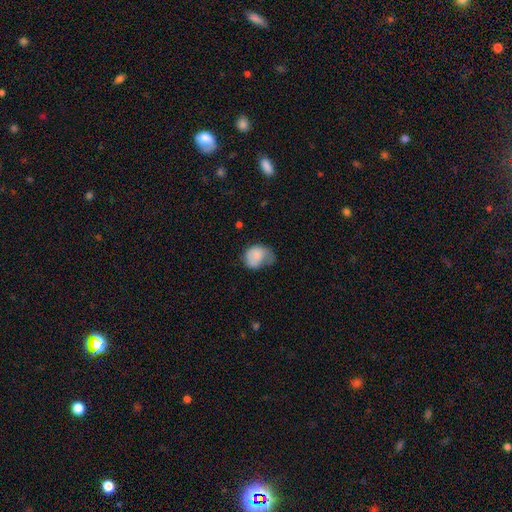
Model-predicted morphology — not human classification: Smooth or featured?
  - smooth: 76% *
  - featured or disk: 17%
  - star or artifact: 7%
How rounded?
  - in between: 51% *
  - round: 48%
  - cigar-shaped: 1%
Merging?
  - minor disturbance: 40% *
  - major disturbance: 32%
  - none: 25%
  - merger: 3%